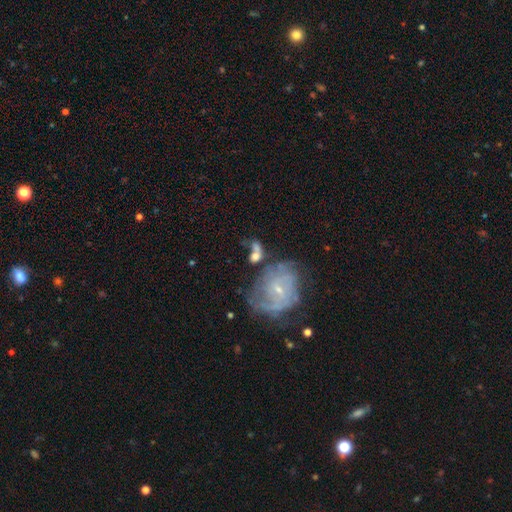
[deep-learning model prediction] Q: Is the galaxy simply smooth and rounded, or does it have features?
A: featured or disk — 47%.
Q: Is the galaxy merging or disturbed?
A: none — 35%.